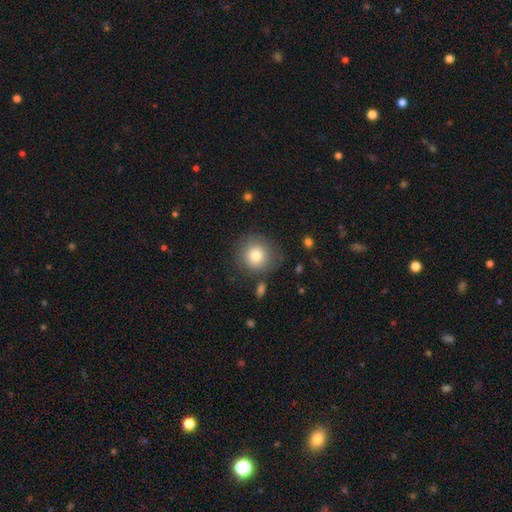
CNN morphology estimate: A smooth galaxy with no disk features (80%) that is round (91%). Merging: none (81%).